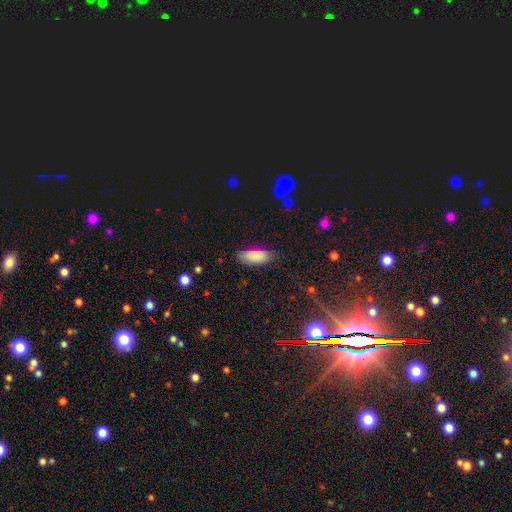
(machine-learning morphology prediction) smooth 86%, featured or disk 7%, star or artifact 7%. Down the decision tree: how rounded — in between (80%); merging — none (81%).